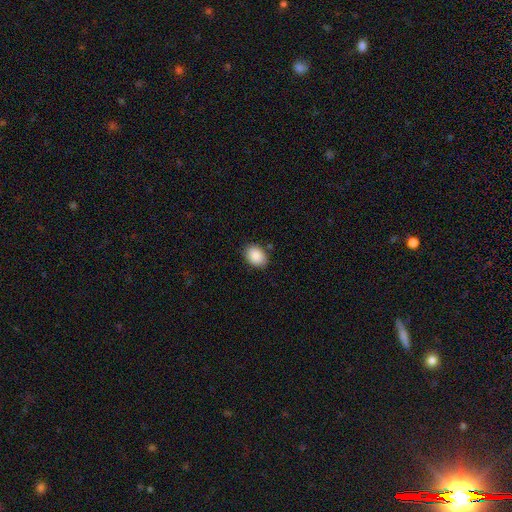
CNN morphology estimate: The model was most divided on "how rounded": in between: 73%, round: 27%, cigar-shaped: 1%. More confident: smooth or featured — smooth (89%); merging — none (85%).